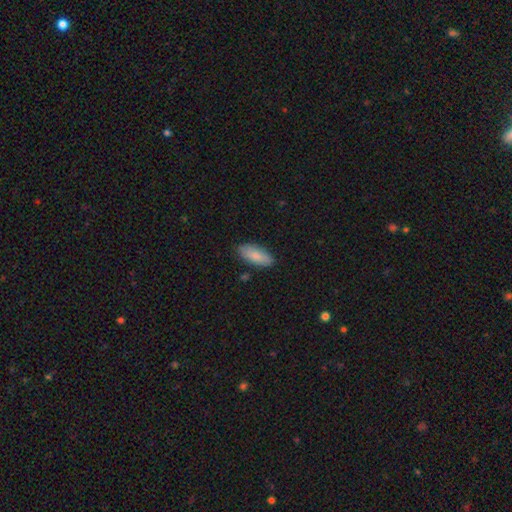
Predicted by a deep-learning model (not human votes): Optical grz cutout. It shows a smooth galaxy with no disk features (84%) that is in between round and cigar-shaped (83%). Merging: none (84%).